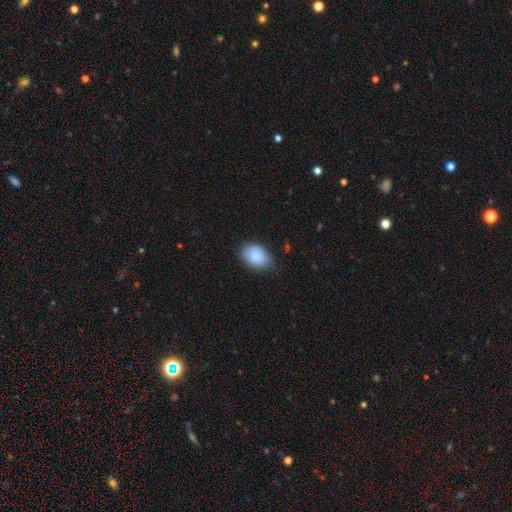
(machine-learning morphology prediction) Smooth or featured? smooth (87%)
How rounded? in between (80%)
Merging? none (67%)